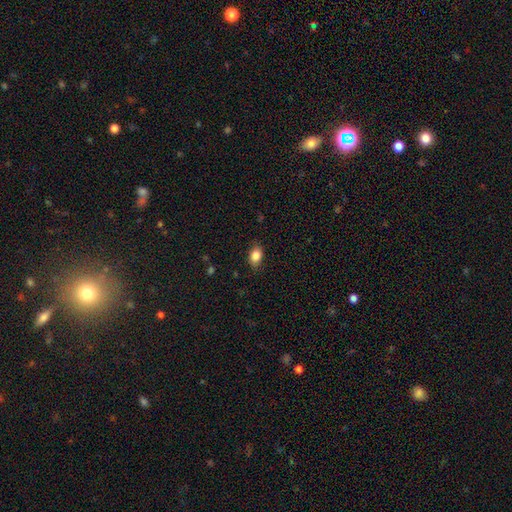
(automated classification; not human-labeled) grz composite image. It shows a smooth galaxy with no disk features (85%) that is in between round and cigar-shaped (79%). Merging: none (83%).